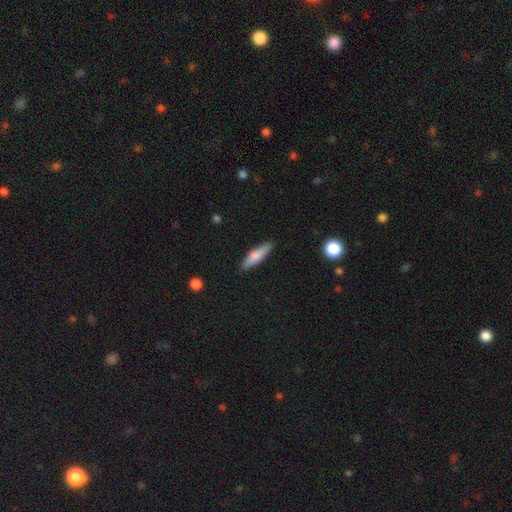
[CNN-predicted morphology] The model was most divided on "how rounded": cigar-shaped: 69%, in between: 29%, round: 2%. More confident: merging — none (87%); smooth or featured — smooth (68%).